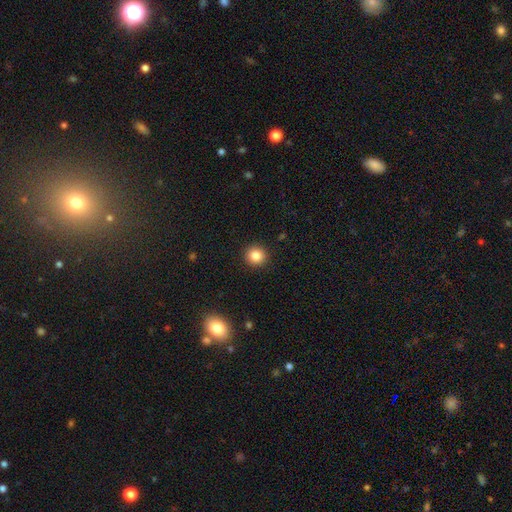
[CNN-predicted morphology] smooth_or_featured: smooth (p=0.85) [alt: star or artifact p=0.10]
how_rounded: round (p=0.92) [alt: in between p=0.08]
merging: none (p=0.92) [alt: minor disturbance p=0.05]